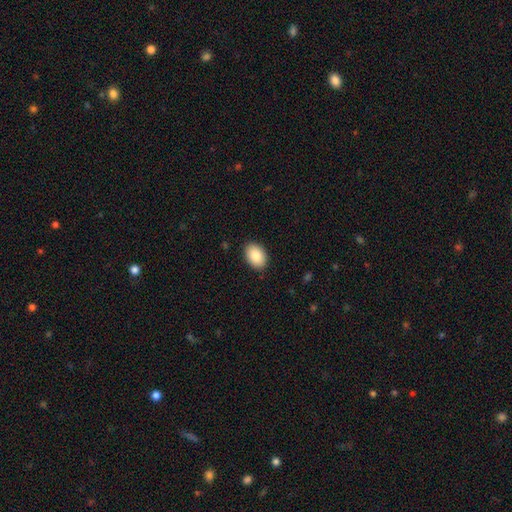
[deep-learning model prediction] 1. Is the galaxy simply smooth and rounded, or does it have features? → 87% smooth, 7% star or artifact, 6% featured or disk.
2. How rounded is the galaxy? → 85% in between, 14% round, 1% cigar-shaped.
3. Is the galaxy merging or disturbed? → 89% none, 8% minor disturbance, 2% major disturbance, 1% merger.